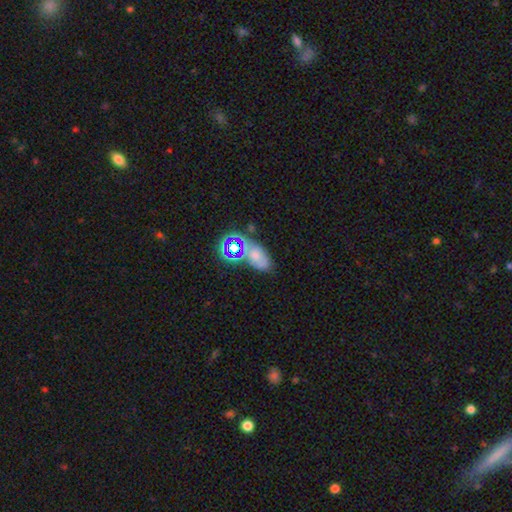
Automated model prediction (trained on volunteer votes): smooth-or-featured: smooth: 49% | star or artifact: 27% | featured or disk: 25%
  merging: none: 47% | minor disturbance: 21% | merger: 19% | major disturbance: 13%